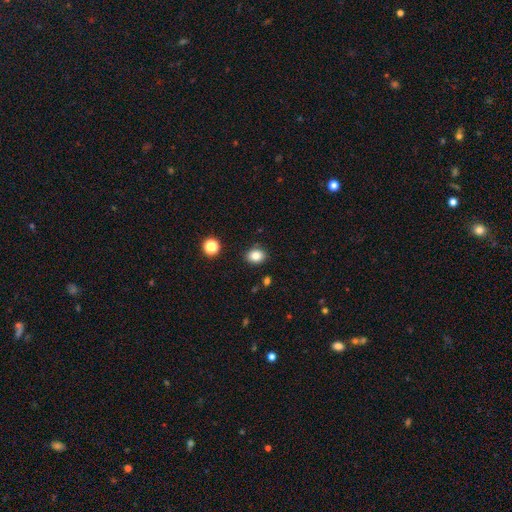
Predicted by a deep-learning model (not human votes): A smooth galaxy with no disk features (83%) that is in between round and cigar-shaped (53%).

Vote fractions:
- Smooth or featured? smooth: 83% / star or artifact: 11% / featured or disk: 6%
- How rounded? in between: 53% / round: 46% / cigar-shaped: 1%
- Merging? none: 87% / minor disturbance: 8% / major disturbance: 2% / merger: 2%